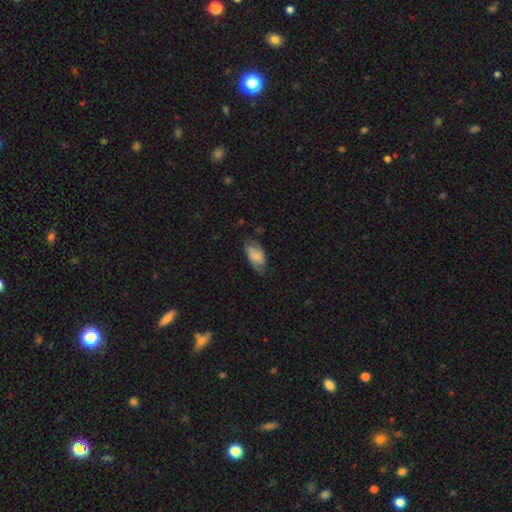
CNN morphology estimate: Overall: smooth (69%). How rounded: in between (92%). Merging: none (58%; minor disturbance 30%).